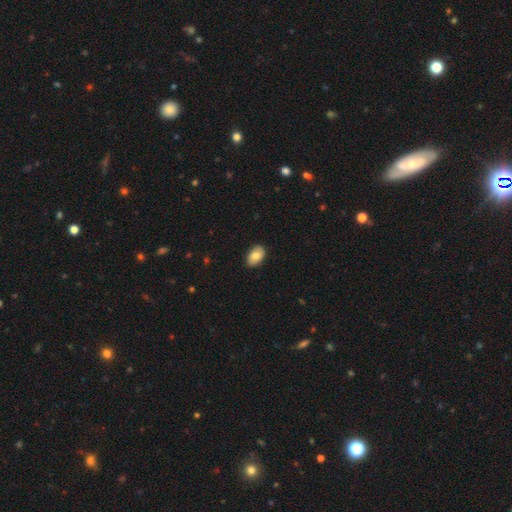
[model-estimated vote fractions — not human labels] The model was most divided on "smooth or featured": smooth: 80%, featured or disk: 13%, star or artifact: 7%. More confident: how rounded — in between (91%); merging — none (87%).